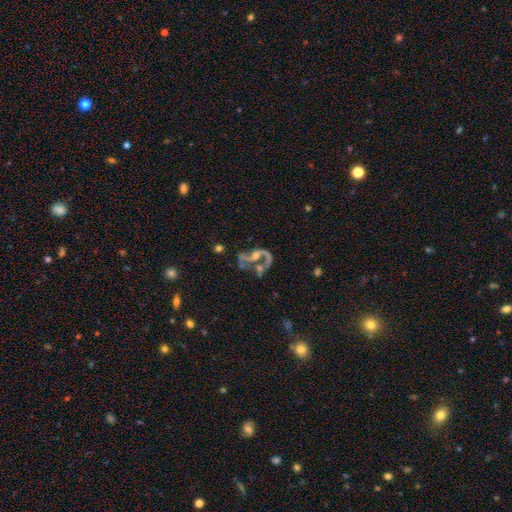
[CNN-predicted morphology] The model was most divided on "merging": none: 34%, major disturbance: 30%, merger: 21%, minor disturbance: 14%. Remaining: edge-on disk — no (96%); smooth or featured — featured or disk (77%); spiral arms — yes (76%); spiral arm count — 2 (69%); spiral winding — loose (65%); bar — no (55%); bulge size — moderate (42%).